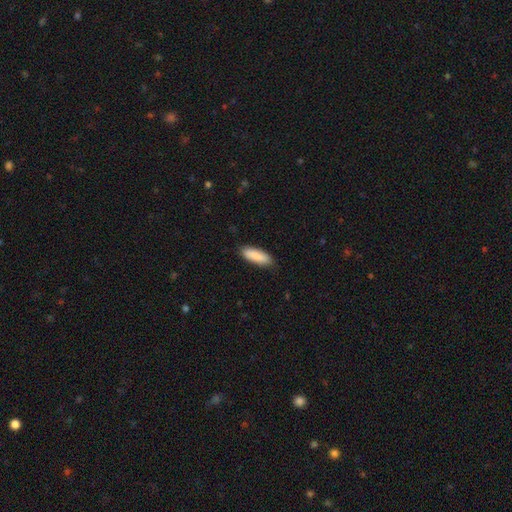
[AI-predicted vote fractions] Smooth or featured? Predicted: smooth (p=0.89). How rounded? Predicted: in between (p=0.57). Merging? Predicted: none (p=0.85).